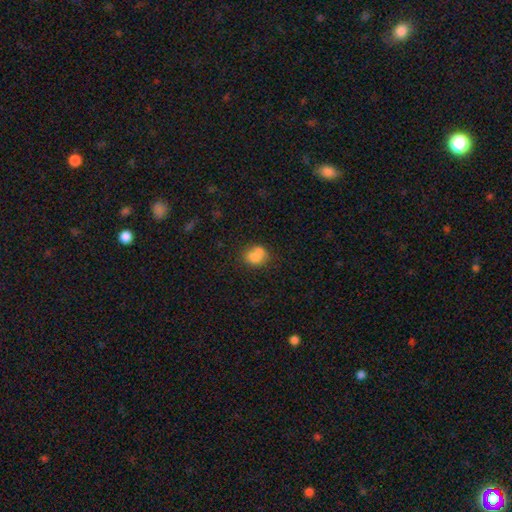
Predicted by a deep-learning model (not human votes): A smooth galaxy with no disk features (77%) that is round (60%). Merging: none (44%).